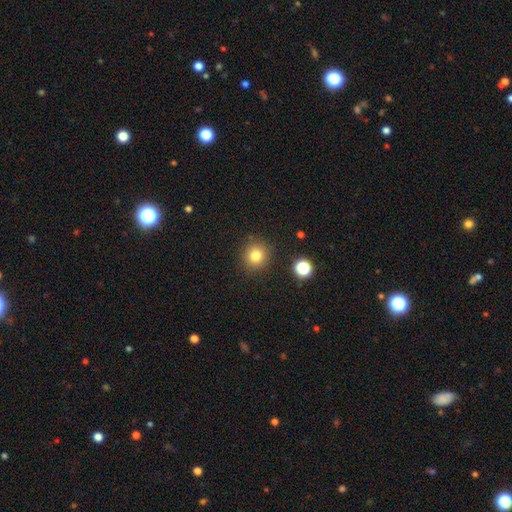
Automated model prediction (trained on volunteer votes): smooth-or-featured: smooth: 80% | star or artifact: 13% | featured or disk: 7%
  how-rounded: round: 91% | in between: 8% | cigar-shaped: 1%
  merging: none: 88% | minor disturbance: 7% | major disturbance: 3% | merger: 2%